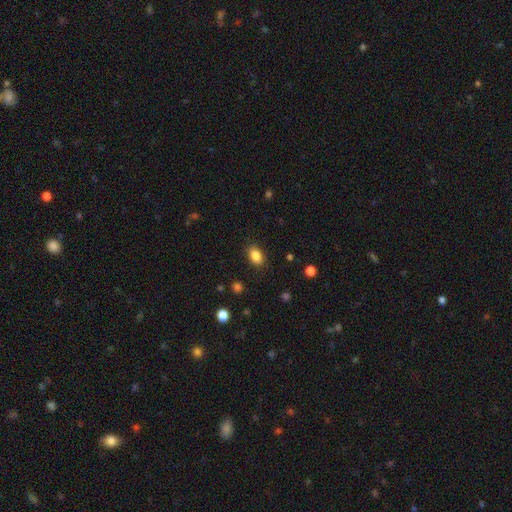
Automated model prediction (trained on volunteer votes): A smooth galaxy with no disk features (86%) that is in between round and cigar-shaped (84%).

Vote fractions:
- Smooth or featured? smooth: 86% / star or artifact: 9% / featured or disk: 5%
- How rounded? in between: 84% / round: 14% / cigar-shaped: 2%
- Merging? none: 87% / minor disturbance: 10% / major disturbance: 3% / merger: 1%